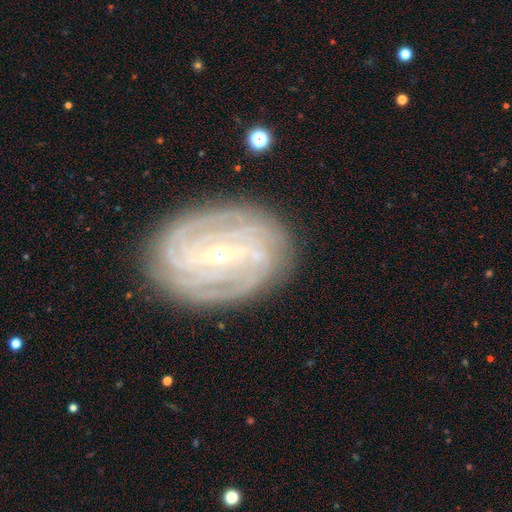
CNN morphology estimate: This appears to be a featured or disk galaxy (91%) with a strong bar (43%), 4 (34%) tight (79%) spiral arms (98%) and a small central bulge (75%). Merging: none (84%).